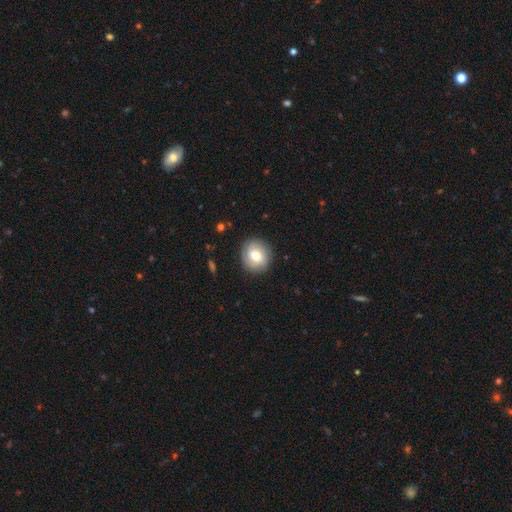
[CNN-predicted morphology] type=smooth (67%); roundness=round (87%); merging=none (86%).